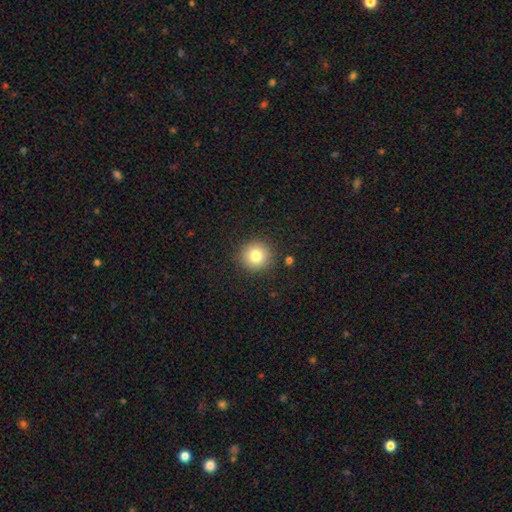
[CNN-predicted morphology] Overall: smooth (81%). How rounded: round (95%). Merging: none (90%).